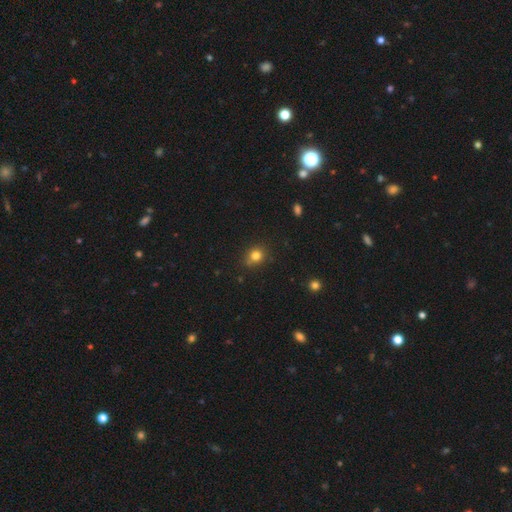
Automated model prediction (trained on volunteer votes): This is clearly a smooth galaxy (81%). How rounded: likely round (73%). Merging: likely none (76%).